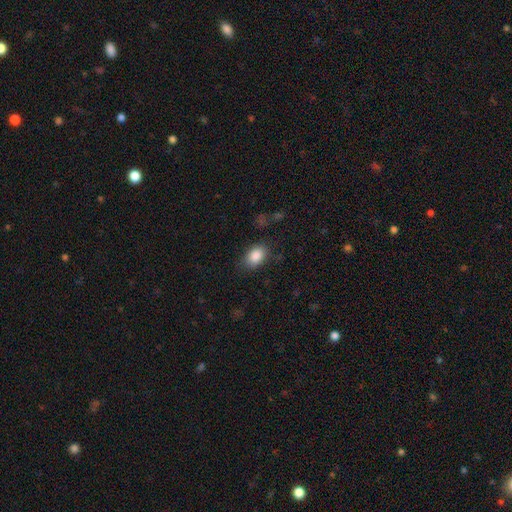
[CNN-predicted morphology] Smooth or featured? smooth (87%)
How rounded? in between (84%)
Merging? none (77%)